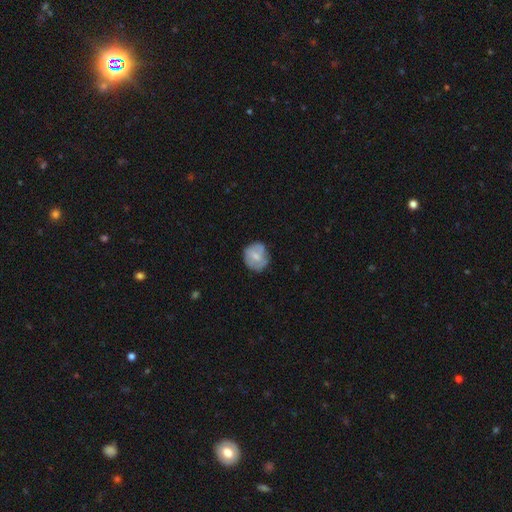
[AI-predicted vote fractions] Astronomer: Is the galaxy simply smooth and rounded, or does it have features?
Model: smooth — 64%.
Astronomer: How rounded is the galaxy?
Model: round — 80%.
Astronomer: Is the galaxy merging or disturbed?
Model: none — 67%.